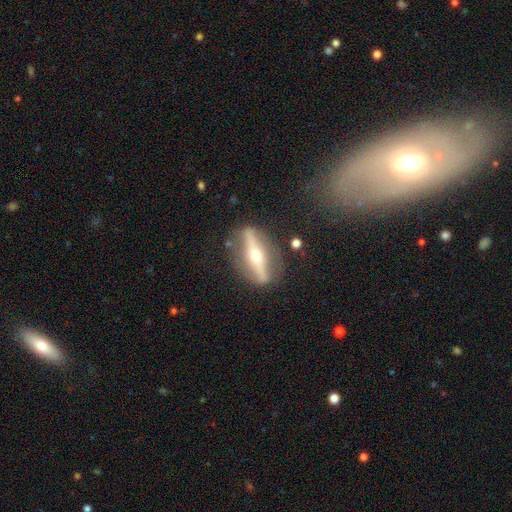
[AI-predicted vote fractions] The model was most divided on "edge-on disk": yes: 76%, no: 24%. More confident: edge-on bulge — rounded (94%); merging — none (80%); smooth or featured — featured or disk (76%).